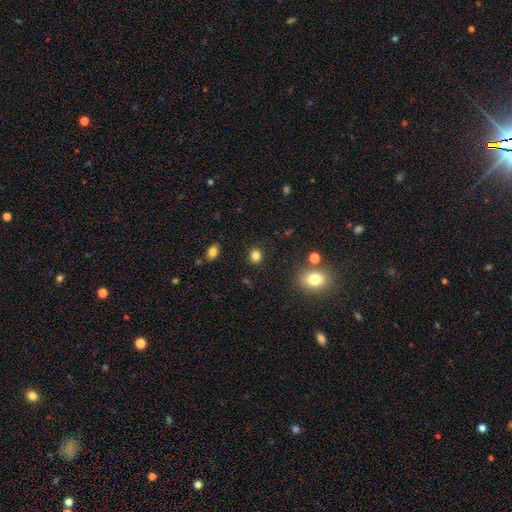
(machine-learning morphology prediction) Smooth or featured?
  - smooth: 83% *
  - star or artifact: 12%
  - featured or disk: 5%
How rounded?
  - round: 77% *
  - in between: 22%
  - cigar-shaped: 1%
Merging?
  - none: 88% *
  - minor disturbance: 7%
  - major disturbance: 2%
  - merger: 2%